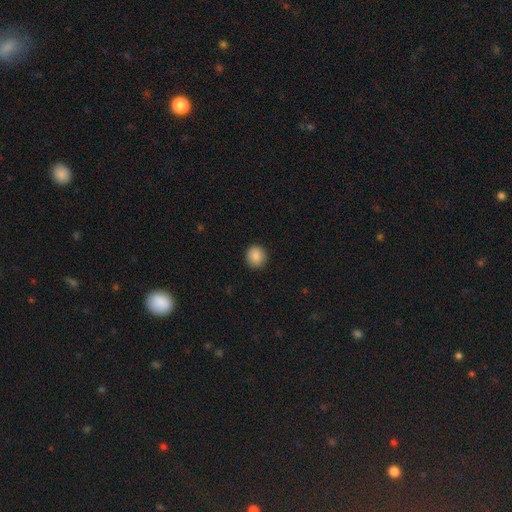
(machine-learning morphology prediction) Smooth or featured: smooth — 87% (star or artifact — 8%)
How rounded: round — 89% (in between — 10%)
Merging: none — 91% (minor disturbance — 7%)